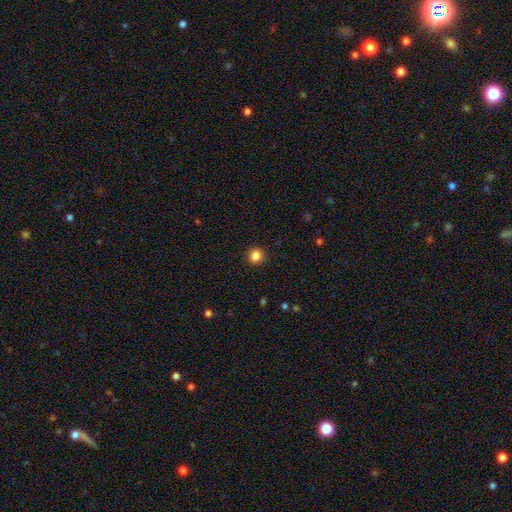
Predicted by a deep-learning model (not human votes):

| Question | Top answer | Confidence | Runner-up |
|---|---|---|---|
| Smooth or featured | smooth | 85% | star or artifact (11%) |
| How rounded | round | 94% | in between (6%) |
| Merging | none | 92% | minor disturbance (5%) |